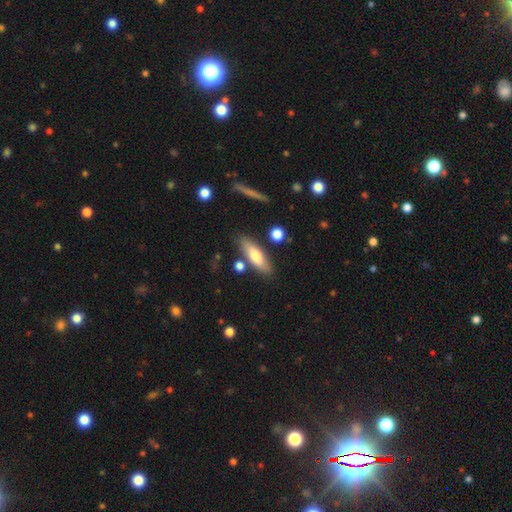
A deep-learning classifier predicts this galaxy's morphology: This appears to be a smooth galaxy with no disk features (68%) that is cigar-shaped (49%, tied with in between). Merging: none (79%).